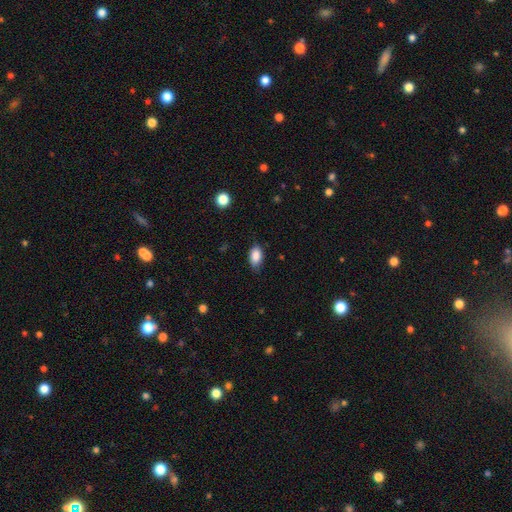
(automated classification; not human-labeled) This is clearly a smooth galaxy (86%). How rounded: clearly in between (90%). Merging: likely none (74%).